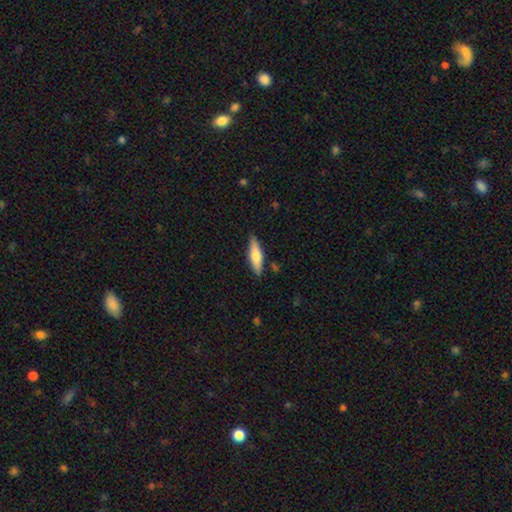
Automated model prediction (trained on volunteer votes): Smooth or featured? Predicted: smooth (p=0.63). How rounded? Predicted: cigar-shaped (p=0.58). Merging? Predicted: none (p=0.85).